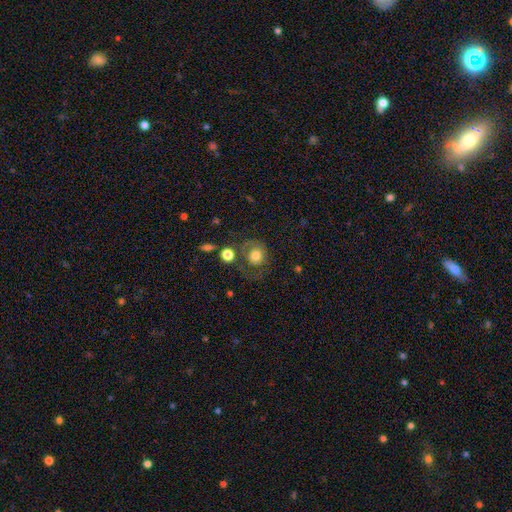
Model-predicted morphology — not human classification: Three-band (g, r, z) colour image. It shows a smooth galaxy with no disk features (70%) that is round (81%). Merging: none (47%).